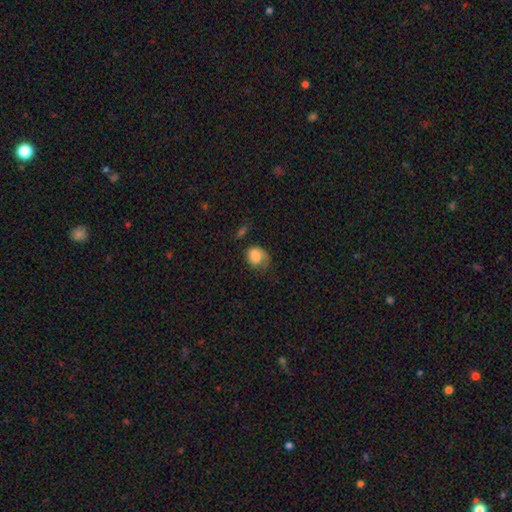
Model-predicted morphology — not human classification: Smooth or featured?
  - smooth: 79% *
  - featured or disk: 13%
  - star or artifact: 8%
How rounded?
  - round: 56% *
  - in between: 43%
  - cigar-shaped: 1%
Merging?
  - none: 38% *
  - minor disturbance: 35%
  - major disturbance: 24%
  - merger: 3%